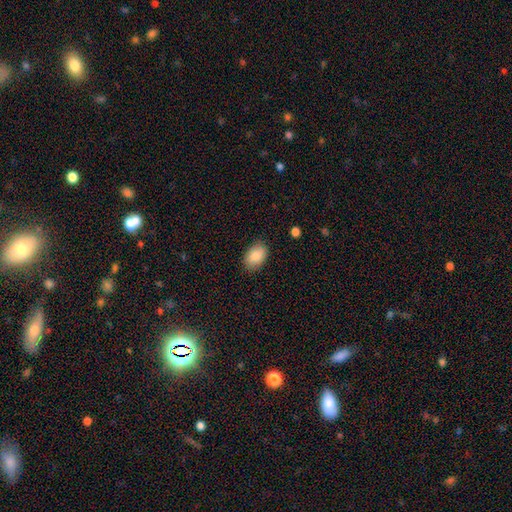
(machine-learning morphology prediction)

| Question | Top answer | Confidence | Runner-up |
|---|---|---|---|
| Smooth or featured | smooth | 87% | star or artifact (7%) |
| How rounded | in between | 89% | round (10%) |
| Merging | none | 86% | minor disturbance (11%) |